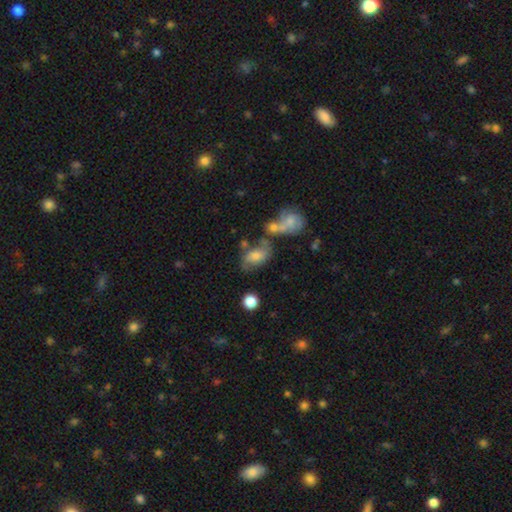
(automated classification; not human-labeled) smooth_or_featured: smooth (p=0.50) [alt: featured or disk p=0.37]
how_rounded: in between (p=0.82) [alt: round p=0.15]
merging: none (p=0.41) [alt: merger p=0.25]